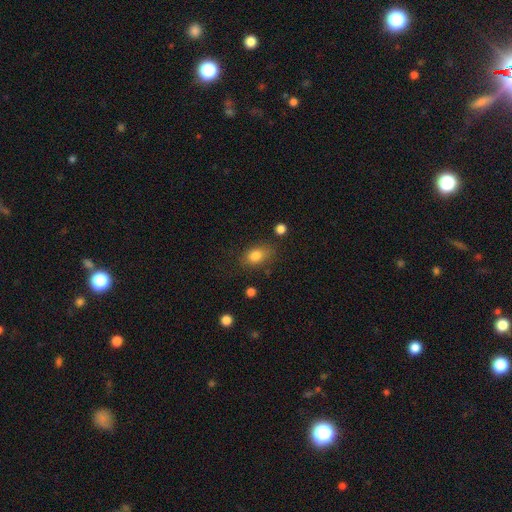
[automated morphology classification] Smooth or featured? smooth (82%)
How rounded? in between (76%)
Merging? none (73%)